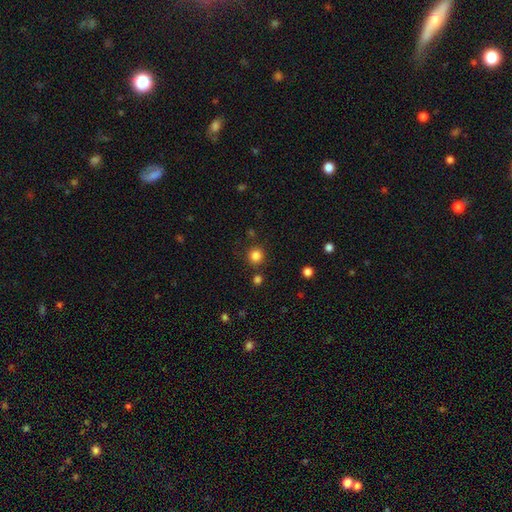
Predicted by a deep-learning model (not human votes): The model was most divided on "smooth or featured": smooth: 83%, star or artifact: 13%, featured or disk: 4%. More confident: how rounded — round (94%); merging — none (86%).